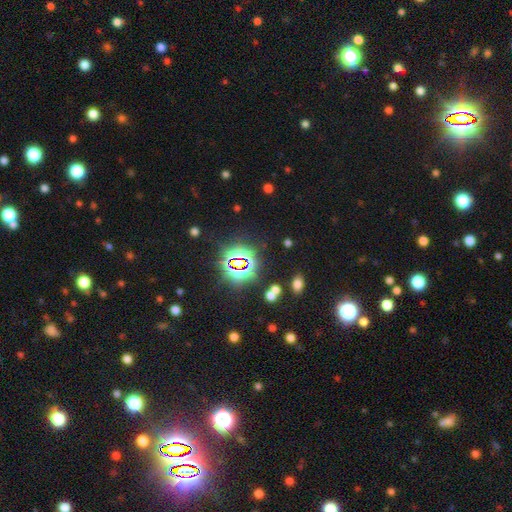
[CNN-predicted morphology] star or artifact 78%, smooth 14%, featured or disk 8%.